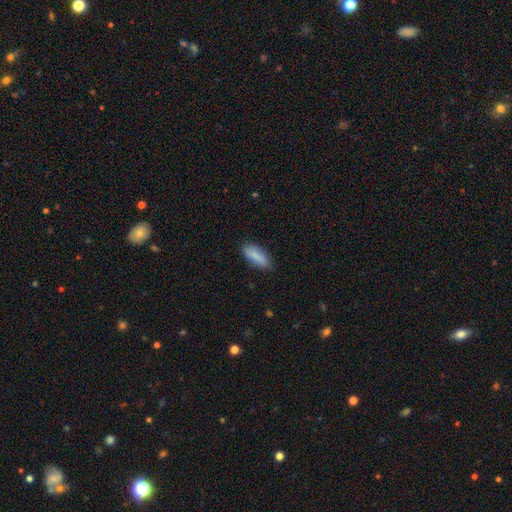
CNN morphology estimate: smooth_or_featured: smooth (p=0.86) [alt: featured or disk p=0.07]
how_rounded: in between (p=0.70) [alt: cigar-shaped p=0.28]
merging: none (p=0.81) [alt: minor disturbance p=0.15]